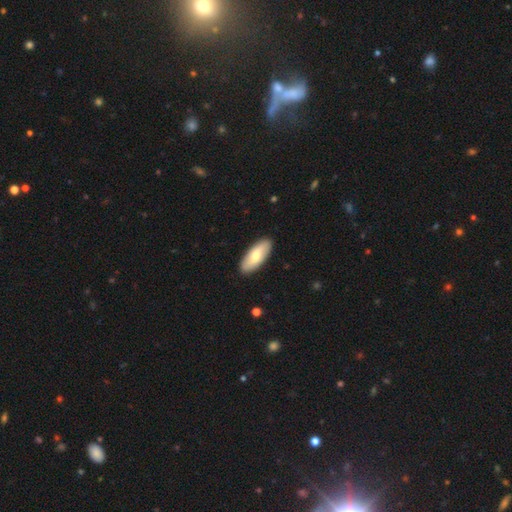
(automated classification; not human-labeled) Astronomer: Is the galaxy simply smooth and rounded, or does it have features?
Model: smooth — 67%.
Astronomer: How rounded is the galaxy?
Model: in between — 84%.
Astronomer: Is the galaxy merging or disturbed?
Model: none — 90%.